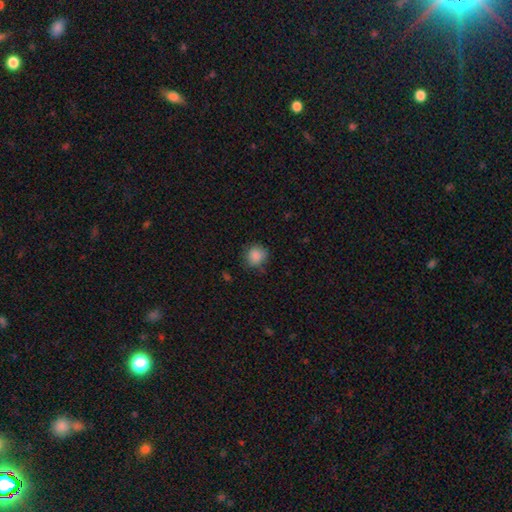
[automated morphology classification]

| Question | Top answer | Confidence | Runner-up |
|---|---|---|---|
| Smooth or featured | smooth | 87% | star or artifact (9%) |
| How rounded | round | 86% | in between (13%) |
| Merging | none | 77% | minor disturbance (18%) |